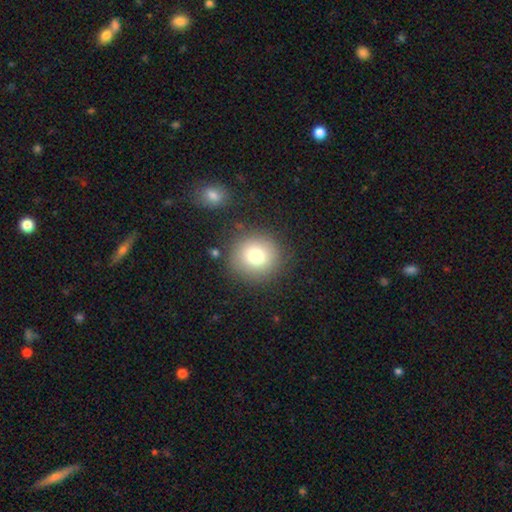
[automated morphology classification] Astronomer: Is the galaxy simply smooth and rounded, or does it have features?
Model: smooth — 77%.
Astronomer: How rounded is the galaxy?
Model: round — 93%.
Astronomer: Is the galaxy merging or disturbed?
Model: none — 85%.